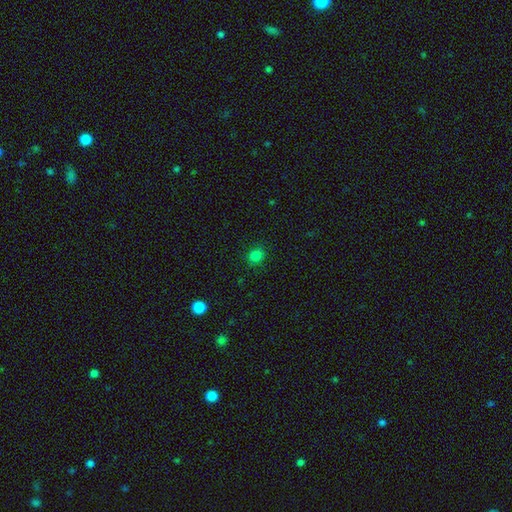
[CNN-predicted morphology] This is clearly a smooth galaxy (81%). How rounded: likely round (68%). Merging: clearly none (88%).